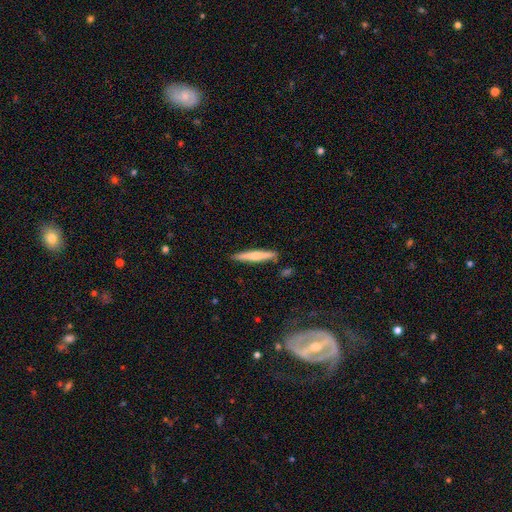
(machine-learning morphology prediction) smooth 56%, featured or disk 38%, star or artifact 6%. Down the decision tree: how rounded — cigar-shaped (94%); merging — none (86%).